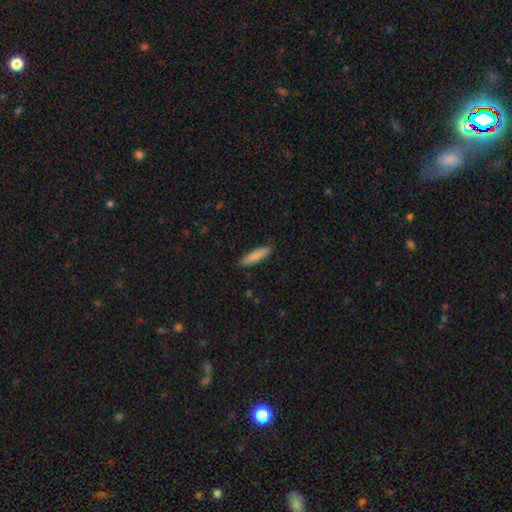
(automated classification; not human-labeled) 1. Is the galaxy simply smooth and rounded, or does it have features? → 85% smooth, 9% featured or disk, 6% star or artifact.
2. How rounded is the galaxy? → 79% cigar-shaped, 20% in between, 1% round.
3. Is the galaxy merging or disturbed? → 88% none, 9% minor disturbance, 2% major disturbance, 1% merger.